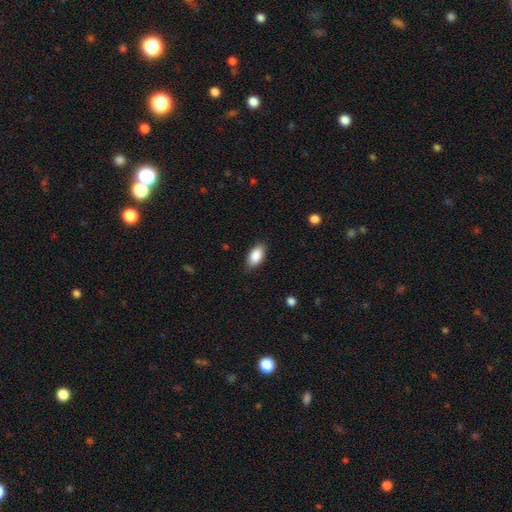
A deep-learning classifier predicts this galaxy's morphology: Smooth or featured: smooth — 88% (star or artifact — 6%)
How rounded: in between — 93% (cigar-shaped — 4%)
Merging: none — 82% (minor disturbance — 14%)